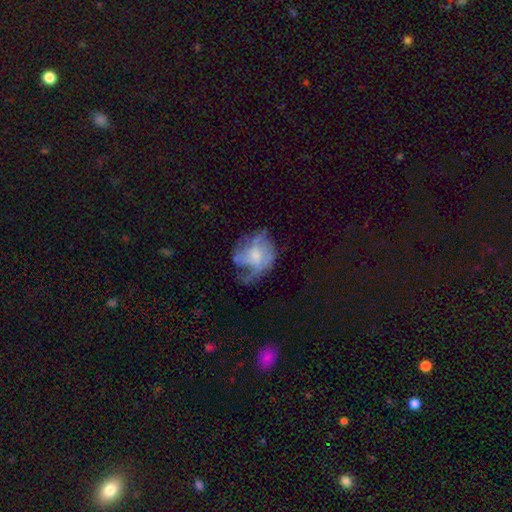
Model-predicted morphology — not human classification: The model was most divided on "merging": none: 40%, major disturbance: 34%, minor disturbance: 24%, merger: 2%. Remaining: edge-on disk — no (98%); bar — no (73%); spiral arms — yes (70%); smooth or featured — featured or disk (68%); bulge size — small (41%).